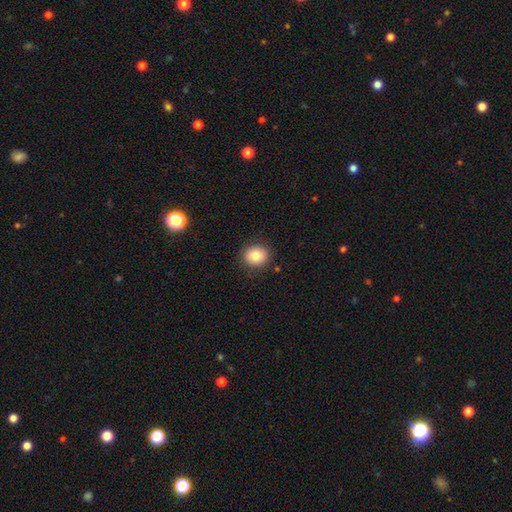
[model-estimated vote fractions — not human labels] Morphology: type=smooth (83%); roundness=round (76%); merging=none (88%).